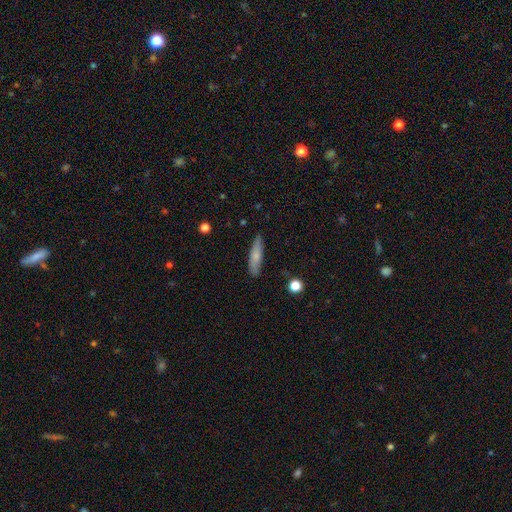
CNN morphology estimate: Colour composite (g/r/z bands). It shows a smooth galaxy with no disk features (70%) that is cigar-shaped (71%). Merging: none (84%).